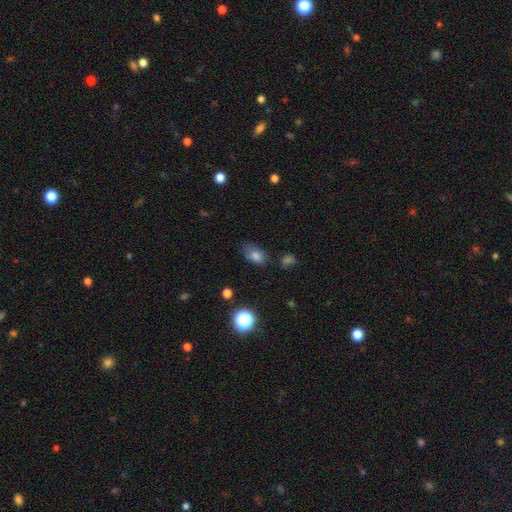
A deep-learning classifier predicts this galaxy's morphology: Overall: smooth (77%). How rounded: in between (81%). Merging: none (61%; minor disturbance 27%).